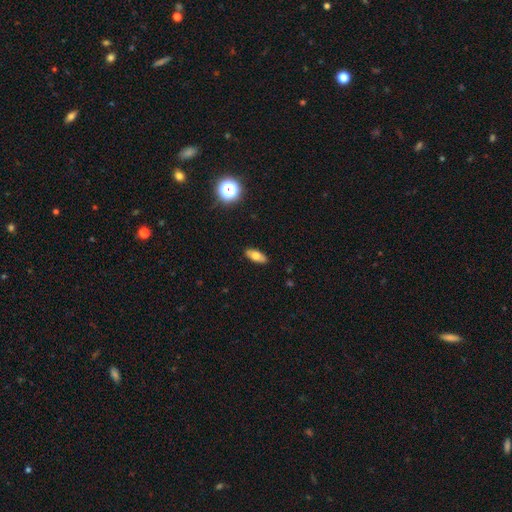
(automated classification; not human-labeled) Q: Smooth or featured?
A: smooth (67%); runner-up: featured or disk (24%)
Q: How rounded?
A: in between (78%); runner-up: cigar-shaped (18%)
Q: Merging?
A: none (89%); runner-up: minor disturbance (8%)